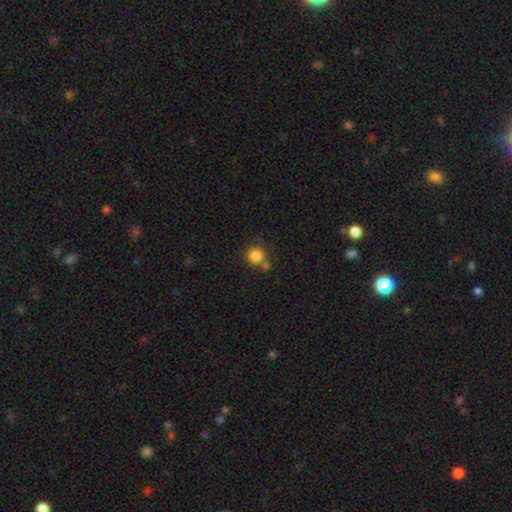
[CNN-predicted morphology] Smooth or featured?
  - smooth: 84% *
  - star or artifact: 11%
  - featured or disk: 5%
How rounded?
  - round: 93% *
  - in between: 6%
  - cigar-shaped: 1%
Merging?
  - none: 68% *
  - merger: 18%
  - minor disturbance: 11%
  - major disturbance: 4%